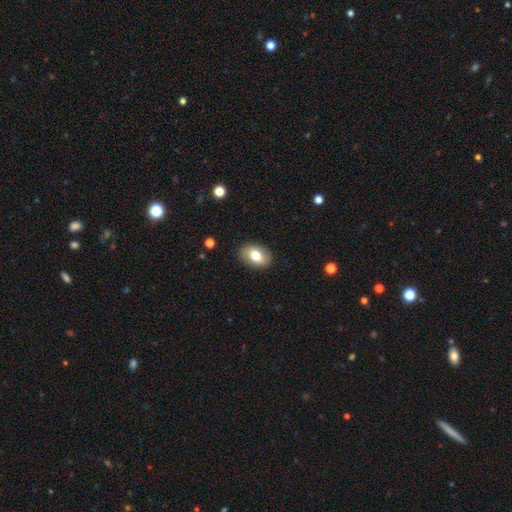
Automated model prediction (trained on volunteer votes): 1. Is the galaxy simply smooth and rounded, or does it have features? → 73% smooth, 19% featured or disk, 8% star or artifact.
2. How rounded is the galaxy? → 81% in between, 18% round, 1% cigar-shaped.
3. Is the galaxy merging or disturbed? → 87% none, 9% minor disturbance, 3% major disturbance, 1% merger.